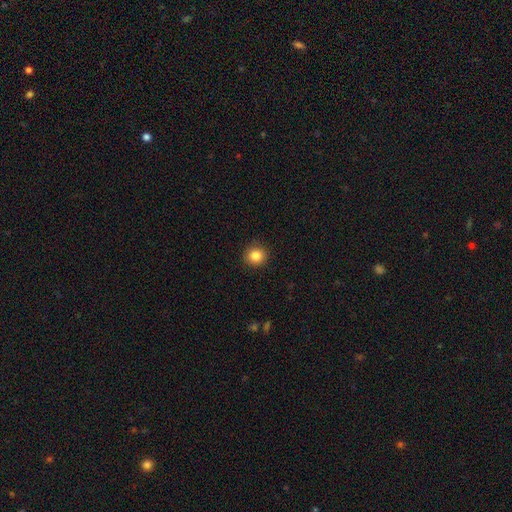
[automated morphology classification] Smooth or featured? Predicted: smooth (p=0.85). How rounded? Predicted: round (p=0.91). Merging? Predicted: none (p=0.91).